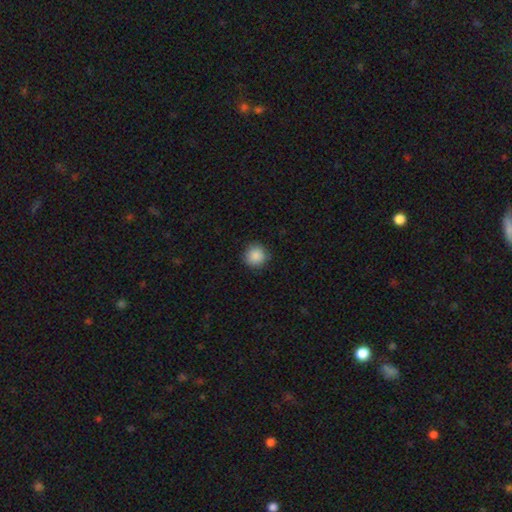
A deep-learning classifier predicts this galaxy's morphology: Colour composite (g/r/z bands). It shows a smooth galaxy with no disk features (88%) that is round (94%). Merging: none (88%).